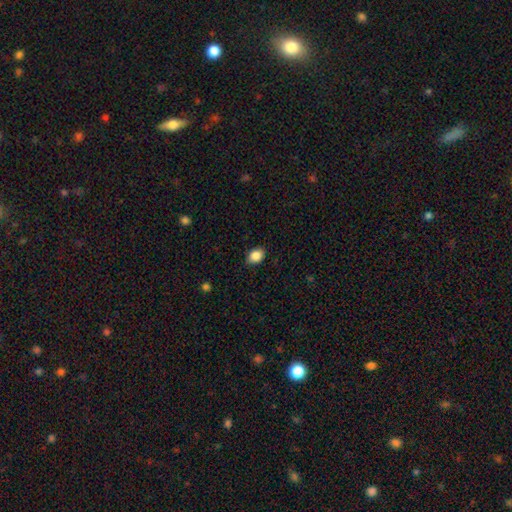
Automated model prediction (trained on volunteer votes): Smooth or featured?
  - smooth: 87% *
  - star or artifact: 9%
  - featured or disk: 4%
How rounded?
  - in between: 66% *
  - round: 33%
  - cigar-shaped: 1%
Merging?
  - none: 86% *
  - minor disturbance: 11%
  - major disturbance: 2%
  - merger: 1%